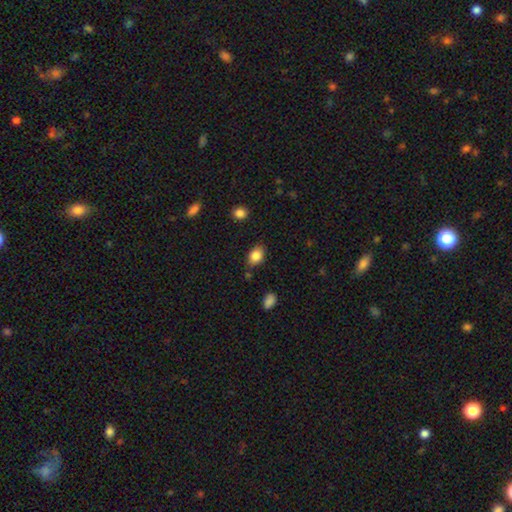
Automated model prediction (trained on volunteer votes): This is clearly a smooth galaxy (85%). How rounded: likely in between (76%). Merging: clearly none (80%).